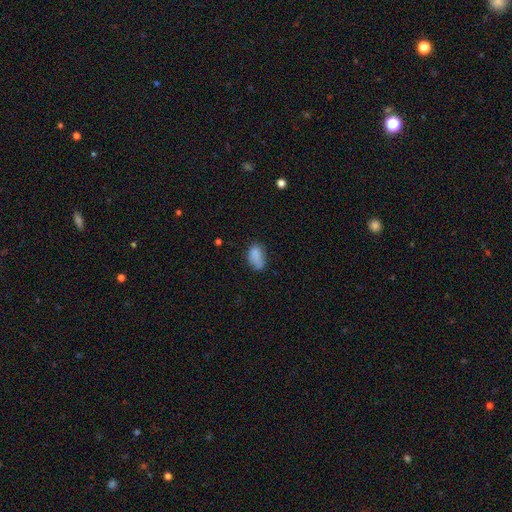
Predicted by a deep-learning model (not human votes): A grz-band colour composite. It shows a smooth galaxy with no disk features (82%) that is in between round and cigar-shaped (90%). Merging: none (53%).